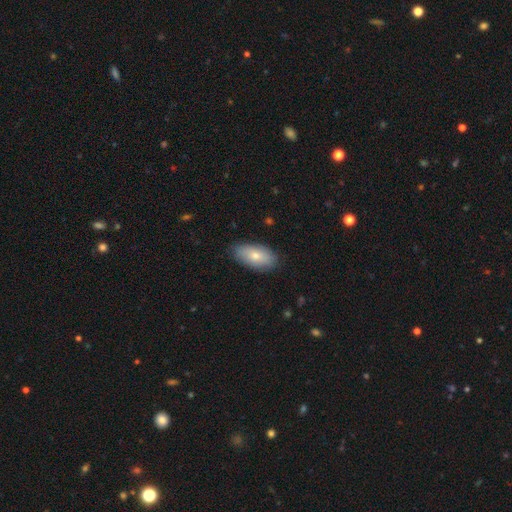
Morphology: type=smooth (71%); roundness=in between (81%); merging=none (80%).